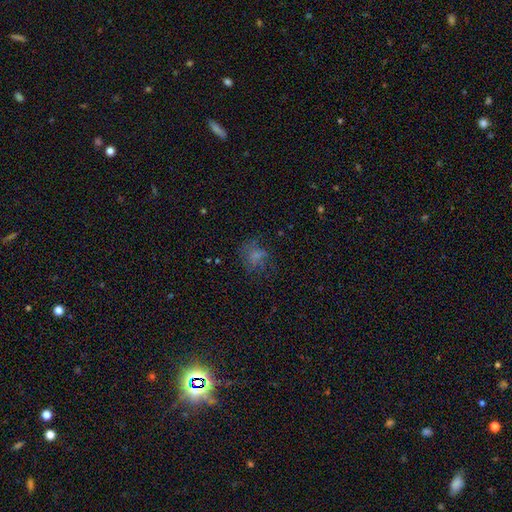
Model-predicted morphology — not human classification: smooth 55%, star or artifact 23%, featured or disk 22%. Down the decision tree: how rounded — round (57%); merging — none (55%).